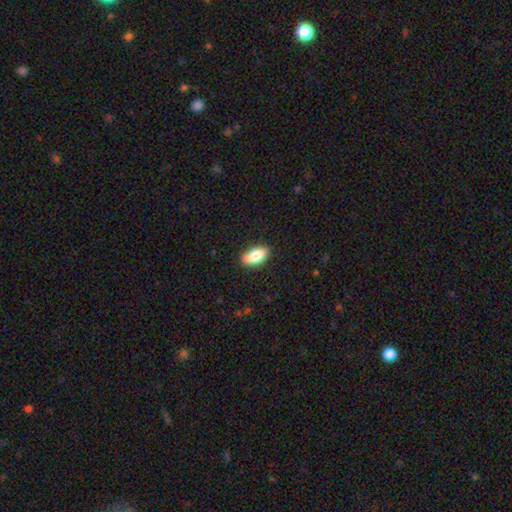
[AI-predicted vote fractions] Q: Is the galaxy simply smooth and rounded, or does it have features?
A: smooth — 81%.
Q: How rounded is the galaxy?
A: in between — 89%.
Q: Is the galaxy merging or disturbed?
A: none — 84%.